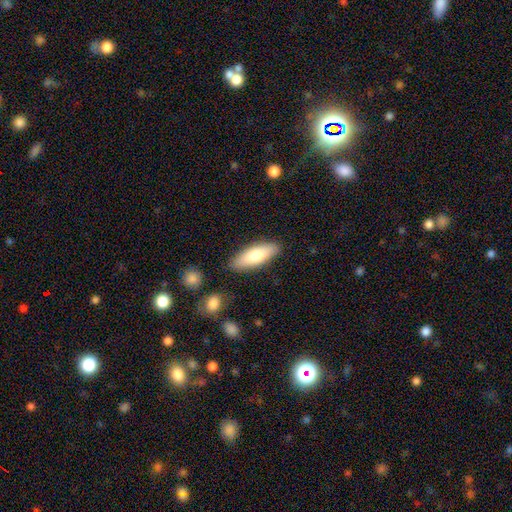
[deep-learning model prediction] Overall: smooth (75%). How rounded: in between (64%; cigar-shaped 34%). Merging: none (85%).